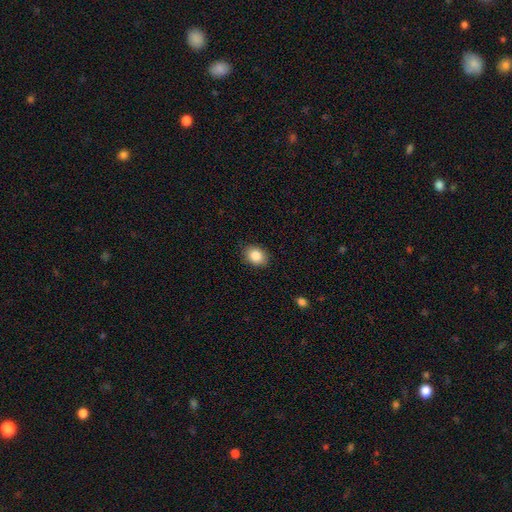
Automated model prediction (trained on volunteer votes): Smooth or featured? Predicted: smooth (p=0.85). How rounded? Predicted: in between (p=0.61). Merging? Predicted: none (p=0.88).